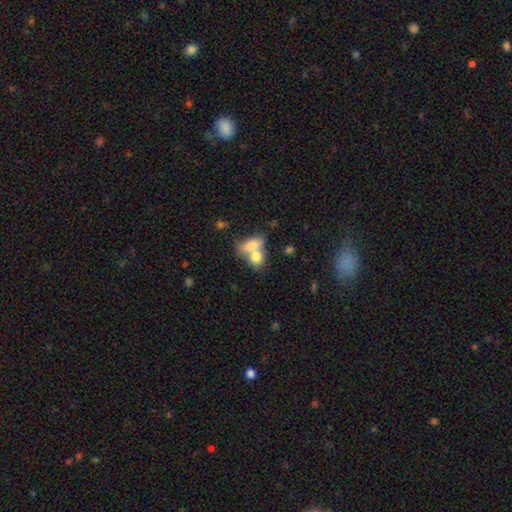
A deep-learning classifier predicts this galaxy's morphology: Smooth or featured?
  - smooth: 79% *
  - featured or disk: 14%
  - star or artifact: 7%
How rounded?
  - in between: 70% *
  - round: 25%
  - cigar-shaped: 5%
Merging?
  - merger: 64% *
  - none: 25%
  - minor disturbance: 7%
  - major disturbance: 4%